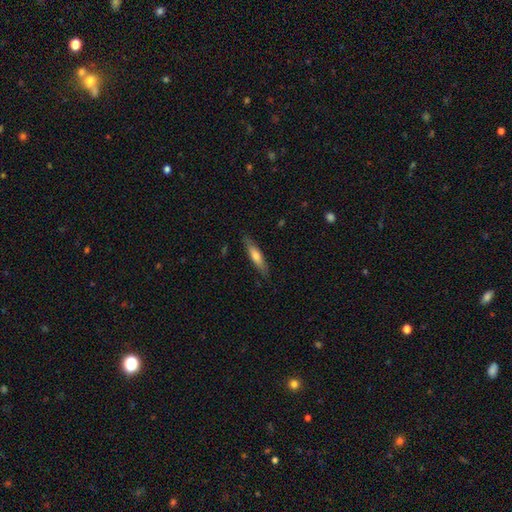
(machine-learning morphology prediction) A smooth galaxy with no disk features (61%) that is cigar-shaped (77%). Merging: none (84%).